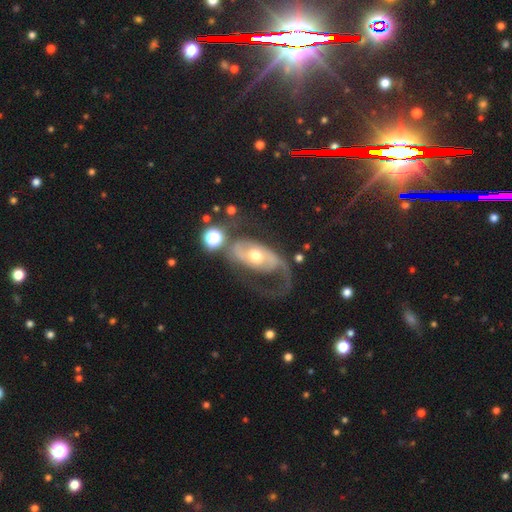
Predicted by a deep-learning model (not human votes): Overall: featured or disk (83%). Edge-on disk: no (95%). Bar: no (55%; weak 30%). Spiral arms: yes (89%). Spiral arm count: 2 (70%). Spiral winding: loose (46%; medium 40%). Bulge size: moderate (71%). Merging: none (45%; major disturbance 31%).